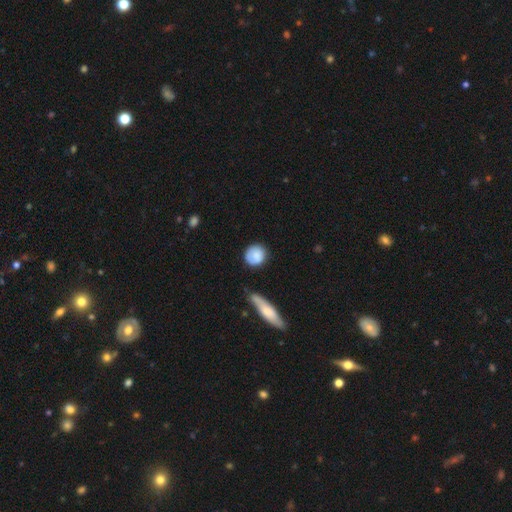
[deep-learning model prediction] Morphology: type=smooth (83%); roundness=round (83%); merging=none (75%).